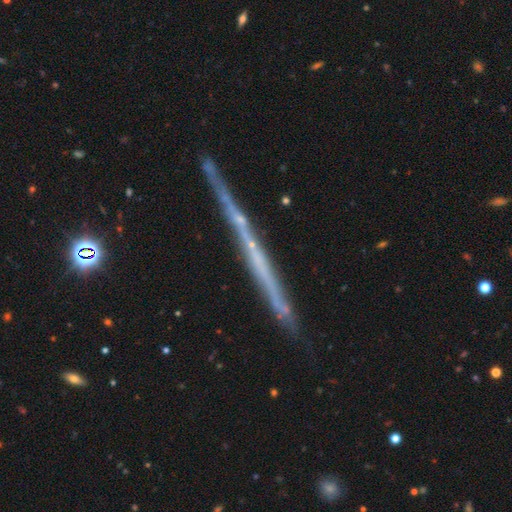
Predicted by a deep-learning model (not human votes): smooth-or-featured: featured or disk: 68% | smooth: 23% | star or artifact: 8%
  disk-edge-on: yes: 97% | no: 3%
    edge-on-bulge: none: 91% | rounded: 6% | boxy: 3%
  merging: none: 85% | minor disturbance: 11% | merger: 2% | major disturbance: 2%